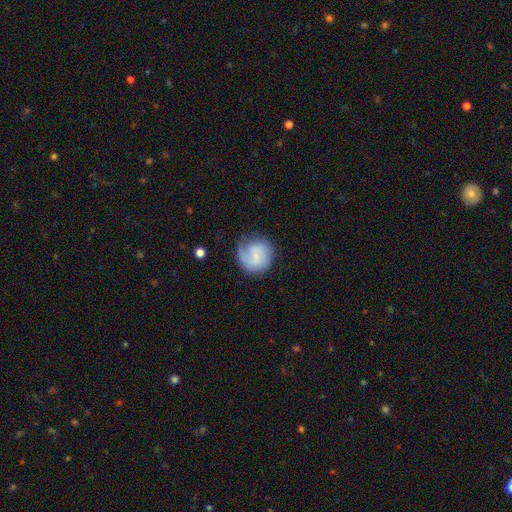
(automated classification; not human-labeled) A smooth galaxy with no disk features (49%). Merging: none (62%).